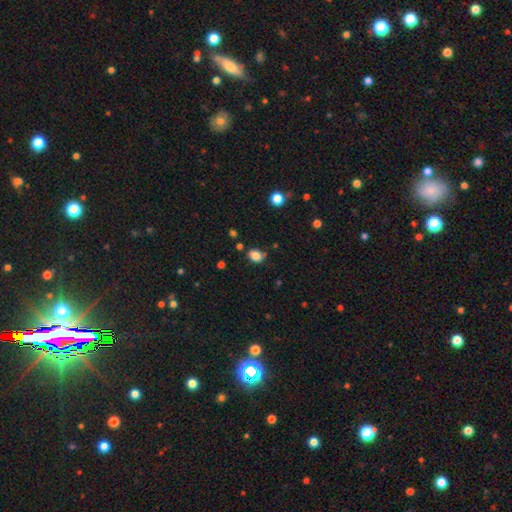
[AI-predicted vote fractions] Smooth or featured?
  - smooth: 82% *
  - star or artifact: 11%
  - featured or disk: 7%
How rounded?
  - in between: 61% *
  - round: 38%
  - cigar-shaped: 1%
Merging?
  - none: 70% *
  - minor disturbance: 21%
  - major disturbance: 5%
  - merger: 5%